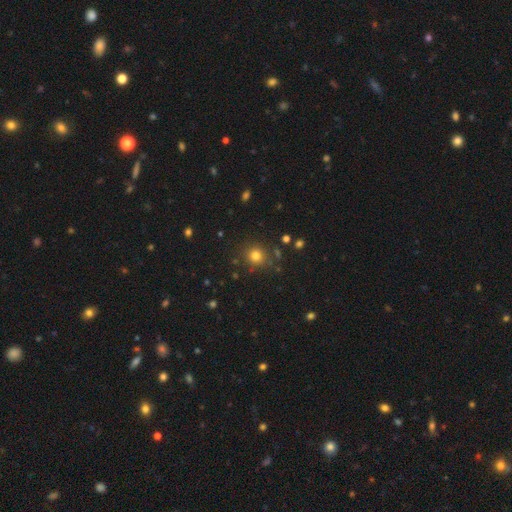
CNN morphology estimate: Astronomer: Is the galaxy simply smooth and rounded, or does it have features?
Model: smooth — 78%.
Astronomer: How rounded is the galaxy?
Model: round — 88%.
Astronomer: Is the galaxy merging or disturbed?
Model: none — 83%.